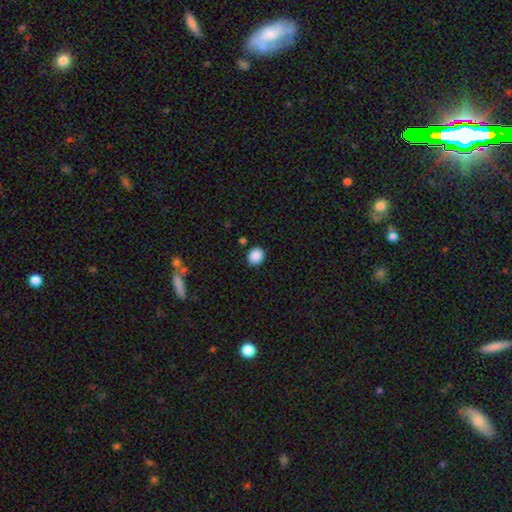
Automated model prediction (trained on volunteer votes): smooth-or-featured: smooth: 89% | star or artifact: 9% | featured or disk: 3%
  how-rounded: round: 73% | in between: 26% | cigar-shaped: 1%
  merging: none: 87% | minor disturbance: 8% | merger: 2% | major disturbance: 2%